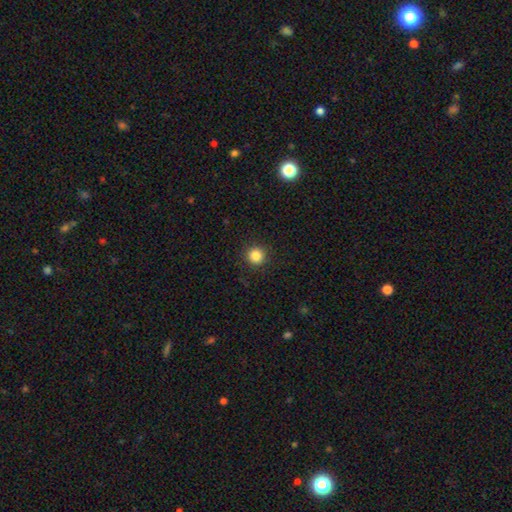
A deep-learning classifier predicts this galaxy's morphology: Smooth or featured? Predicted: smooth (p=0.85). How rounded? Predicted: round (p=0.94). Merging? Predicted: none (p=0.91).